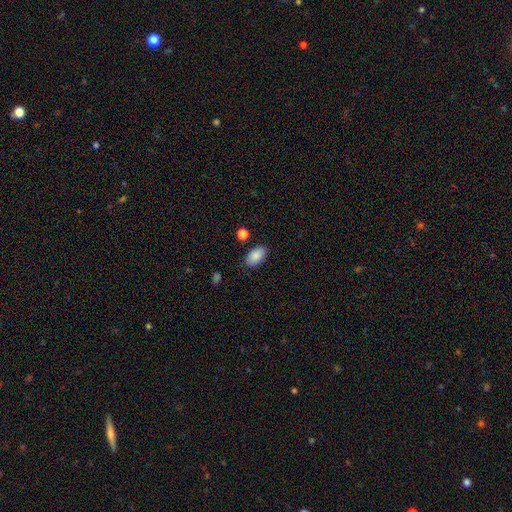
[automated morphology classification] This appears to be a smooth galaxy with no disk features (88%) that is in between round and cigar-shaped (94%). Merging: none (84%).